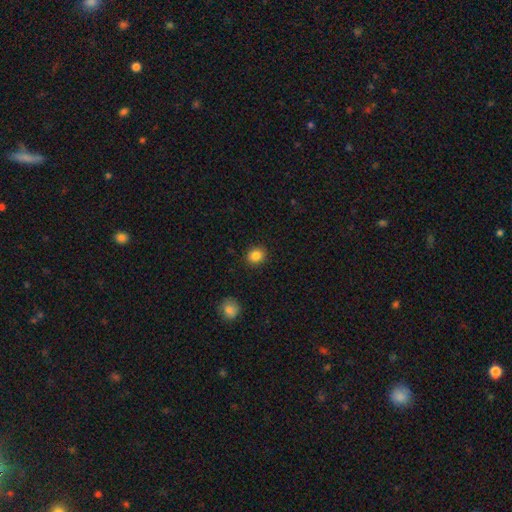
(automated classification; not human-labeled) This is clearly a smooth galaxy (85%). How rounded: likely round (74%). Merging: clearly none (91%).